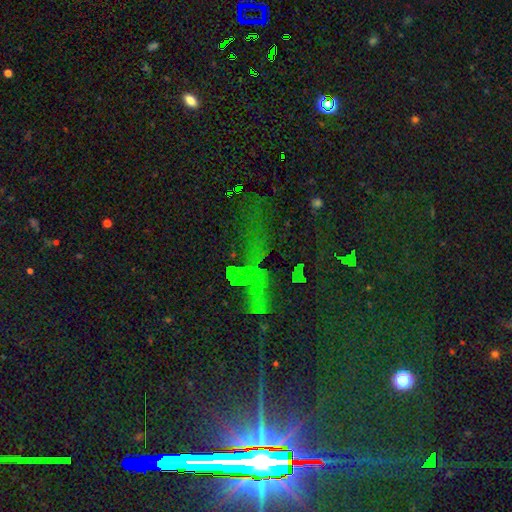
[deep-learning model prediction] The model was most divided on "smooth or featured": star or artifact: 77%, featured or disk: 12%, smooth: 11%.